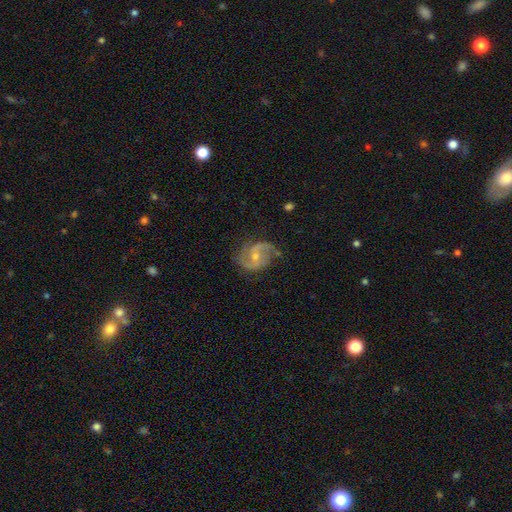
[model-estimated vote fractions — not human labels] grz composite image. It shows a featured or disk galaxy (88%) with no bar (52%), 2 (89%) medium (54%) spiral arms (97%) and a small central bulge (56%). Merging: none (74%).